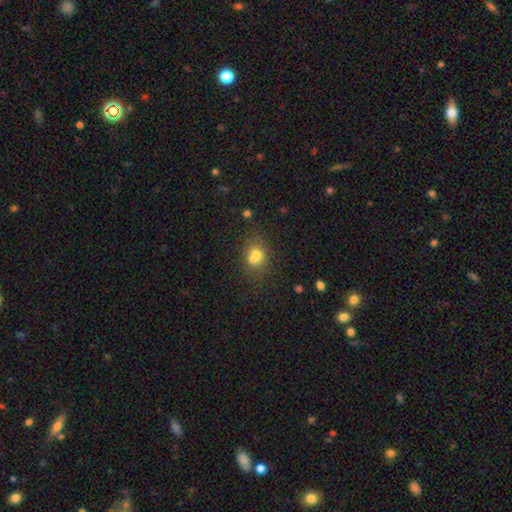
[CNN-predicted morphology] A smooth galaxy with no disk features (70%) that is round (54%). Merging: none (42%).